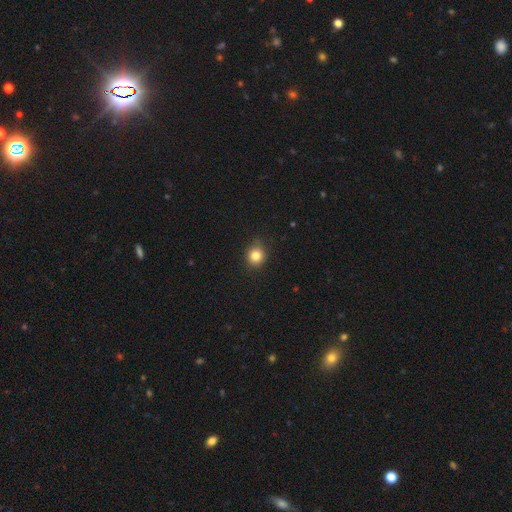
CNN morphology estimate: The model was most divided on "merging": none: 83%, minor disturbance: 13%, major disturbance: 2%, merger: 1%. More confident: how rounded — round (85%); smooth or featured — smooth (83%).